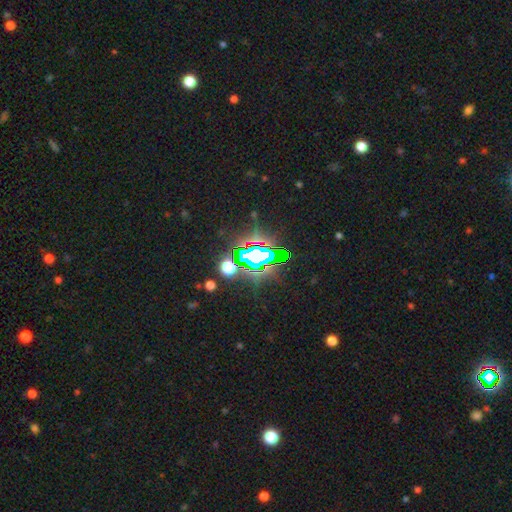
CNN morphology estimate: star or artifact 74%, smooth 14%, featured or disk 11%.